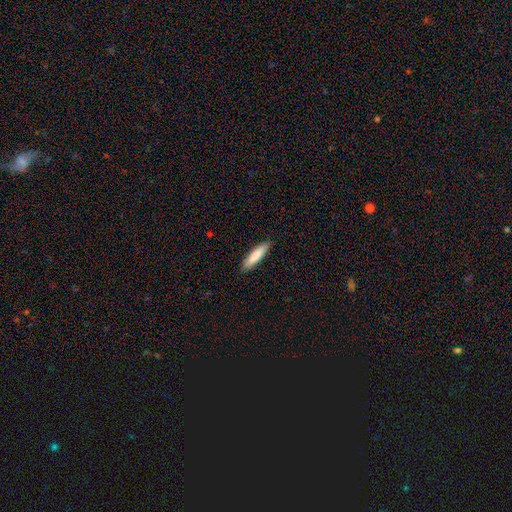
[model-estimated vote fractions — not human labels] A smooth galaxy with no disk features (84%) that is cigar-shaped (78%). Merging: none (89%).